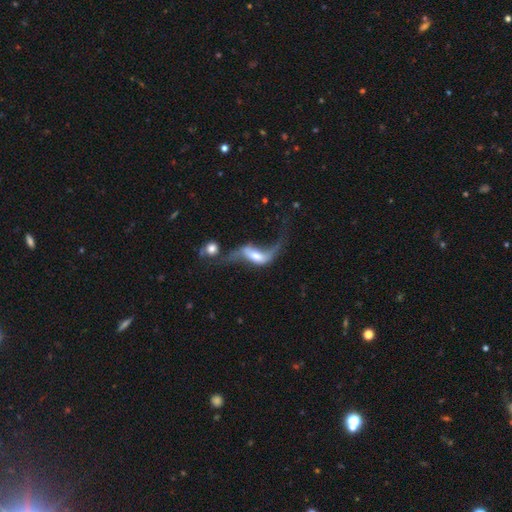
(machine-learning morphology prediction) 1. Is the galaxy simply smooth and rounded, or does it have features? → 72% featured or disk, 21% smooth, 7% star or artifact.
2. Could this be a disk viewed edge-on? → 87% no, 13% yes.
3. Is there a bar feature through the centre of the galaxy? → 37% weak, 33% strong, 30% no.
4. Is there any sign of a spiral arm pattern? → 80% yes, 20% no.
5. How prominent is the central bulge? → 51% moderate, 22% small, 18% large, 6% none, 3% dominant.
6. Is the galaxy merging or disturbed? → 32% major disturbance, 31% merger, 24% none, 13% minor disturbance.